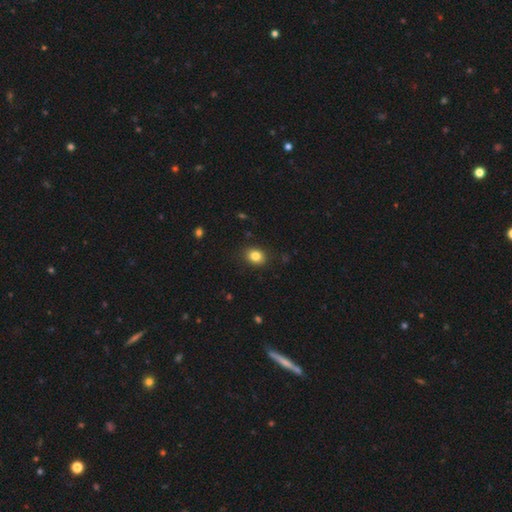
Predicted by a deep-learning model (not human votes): Smooth or featured? smooth (84%)
How rounded? round (50%)
Merging? none (87%)